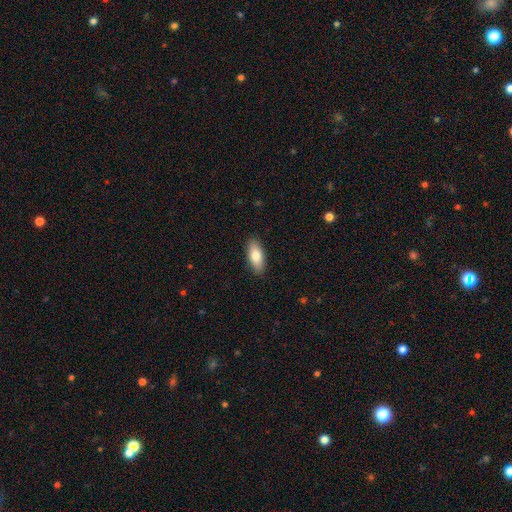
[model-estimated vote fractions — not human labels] Smooth or featured: smooth — 80% (featured or disk — 14%)
How rounded: in between — 81% (cigar-shaped — 17%)
Merging: none — 89% (minor disturbance — 8%)